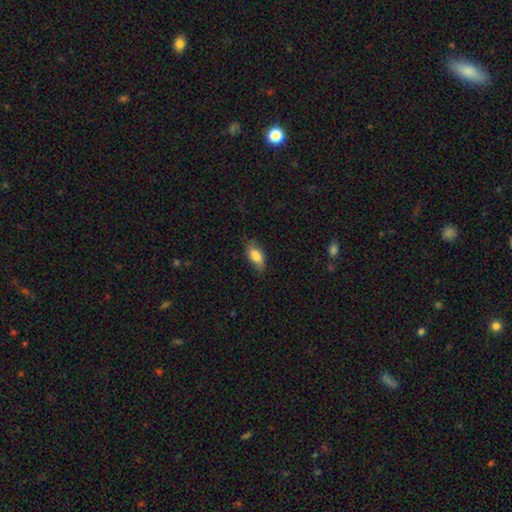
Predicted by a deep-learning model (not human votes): Smooth or featured?
  - smooth: 78% *
  - featured or disk: 15%
  - star or artifact: 7%
How rounded?
  - in between: 87% *
  - cigar-shaped: 8%
  - round: 5%
Merging?
  - none: 73% *
  - minor disturbance: 22%
  - major disturbance: 4%
  - merger: 1%